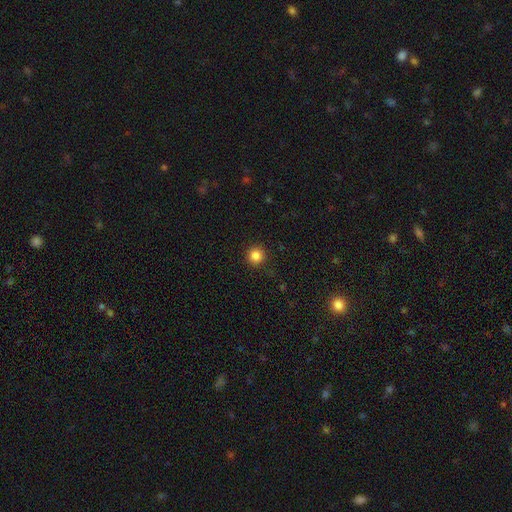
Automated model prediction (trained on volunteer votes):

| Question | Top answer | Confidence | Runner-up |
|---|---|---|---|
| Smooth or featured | smooth | 85% | star or artifact (12%) |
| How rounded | round | 95% | in between (4%) |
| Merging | none | 92% | minor disturbance (5%) |